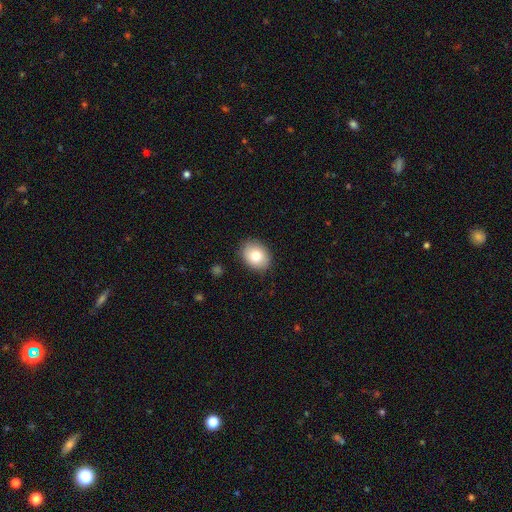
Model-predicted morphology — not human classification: Smooth or featured: smooth — 80% (featured or disk — 12%)
How rounded: in between — 59% (round — 40%)
Merging: none — 88% (minor disturbance — 9%)